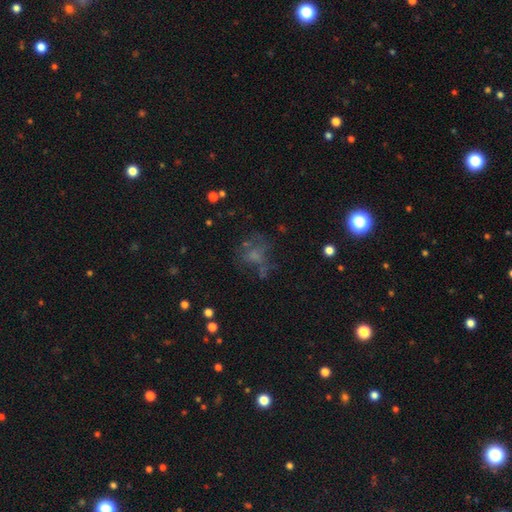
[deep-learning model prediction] smooth_or_featured: smooth (p=0.40) [alt: featured or disk p=0.37]
merging: none (p=0.47) [alt: major disturbance p=0.28]